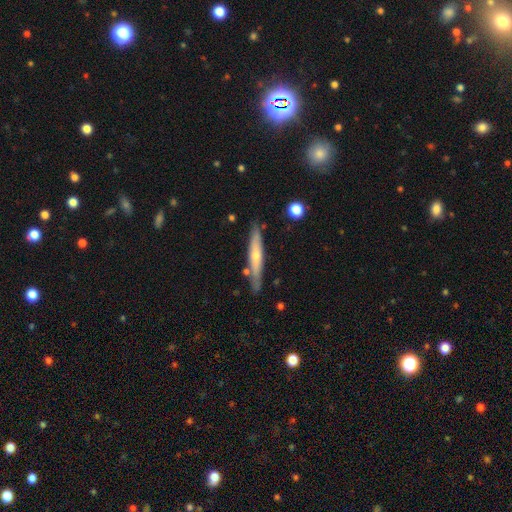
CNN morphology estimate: This is possibly a featured or disk galaxy (52%). It is clearly viewed edge-on (91%). Merging: clearly none (83%).